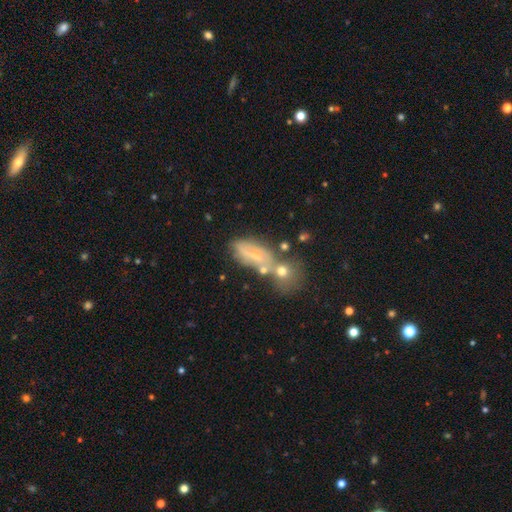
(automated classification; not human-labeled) Smooth or featured? featured or disk (49%)
Merging? none (45%)